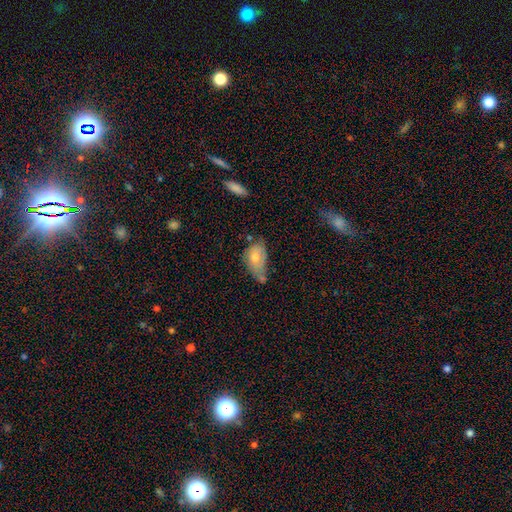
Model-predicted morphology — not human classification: Smooth or featured? Predicted: smooth (p=0.62). How rounded? Predicted: in between (p=0.90). Merging? Predicted: minor disturbance (p=0.38).